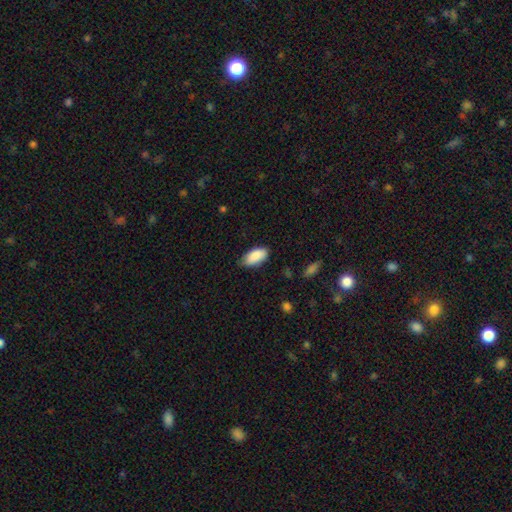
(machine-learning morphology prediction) A smooth galaxy with no disk features (89%) that is in between round and cigar-shaped (93%). Merging: none (75%).